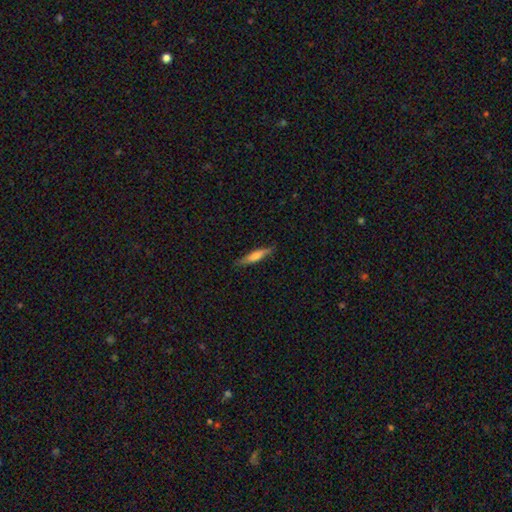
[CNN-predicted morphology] smooth_or_featured: smooth (p=0.61) [alt: featured or disk p=0.33]
how_rounded: cigar-shaped (p=0.86) [alt: in between p=0.12]
merging: none (p=0.85) [alt: minor disturbance p=0.12]